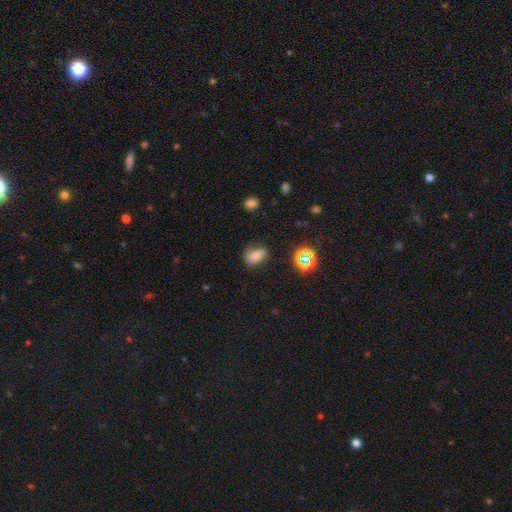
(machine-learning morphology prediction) A smooth galaxy with no disk features (59%) that is in between round and cigar-shaped (76%). Merging: none (61%).